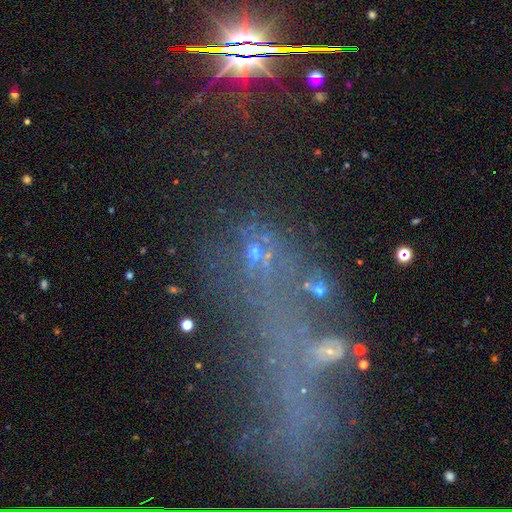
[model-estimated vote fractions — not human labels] A star or artifact, not a galaxy (44%).